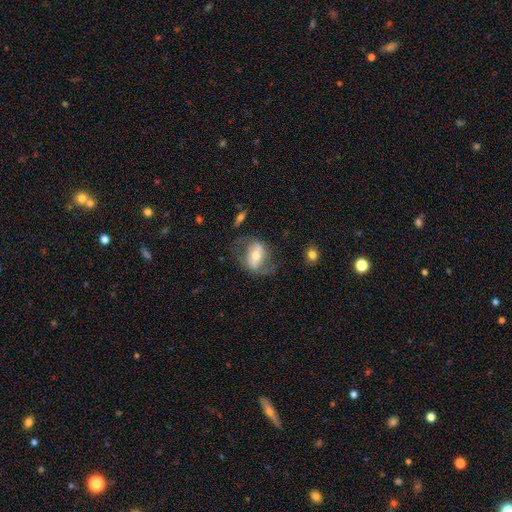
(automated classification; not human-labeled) The model was most divided on "bar": strong: 40%, no: 31%, weak: 29%. More confident: edge-on disk — no (91%); bulge size — moderate (61%); smooth or featured — featured or disk (59%); spiral arms — yes (57%); merging — none (56%).